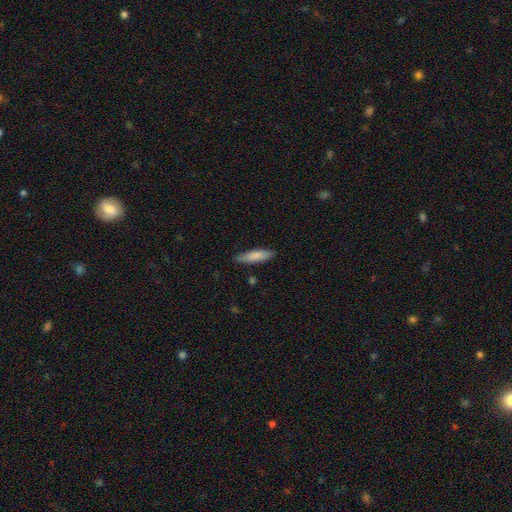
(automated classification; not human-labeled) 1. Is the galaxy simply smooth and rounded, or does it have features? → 82% smooth, 12% featured or disk, 5% star or artifact.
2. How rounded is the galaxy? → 67% cigar-shaped, 31% in between, 1% round.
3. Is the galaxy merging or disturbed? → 85% none, 12% minor disturbance, 2% major disturbance, 1% merger.